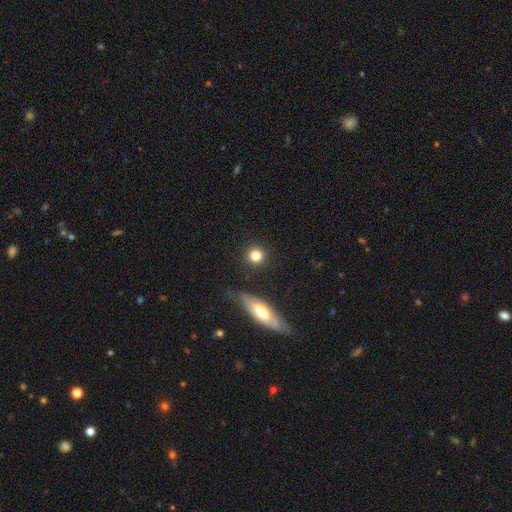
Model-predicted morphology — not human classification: This appears to be a smooth galaxy with no disk features (81%) that is round (92%). Merging: none (87%).